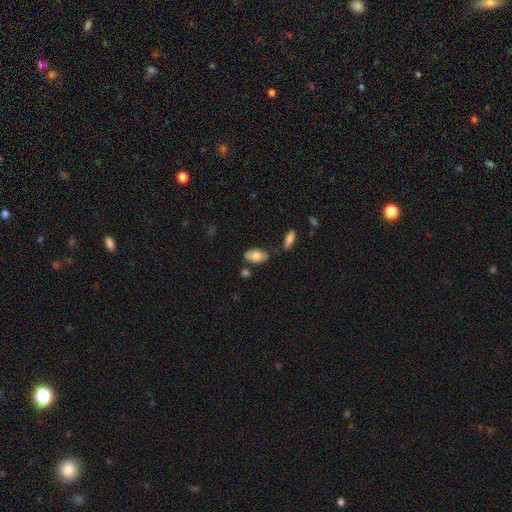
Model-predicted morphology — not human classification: Smooth or featured? smooth (75%)
How rounded? in between (93%)
Merging? none (74%)